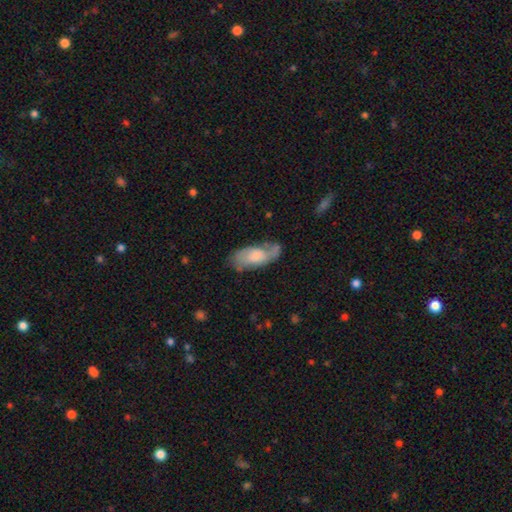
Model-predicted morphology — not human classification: A smooth galaxy with no disk features (50%).

Vote fractions:
- Smooth or featured? smooth: 50% / featured or disk: 44% / star or artifact: 7%
- Merging? none: 53% / minor disturbance: 29% / major disturbance: 13% / merger: 5%